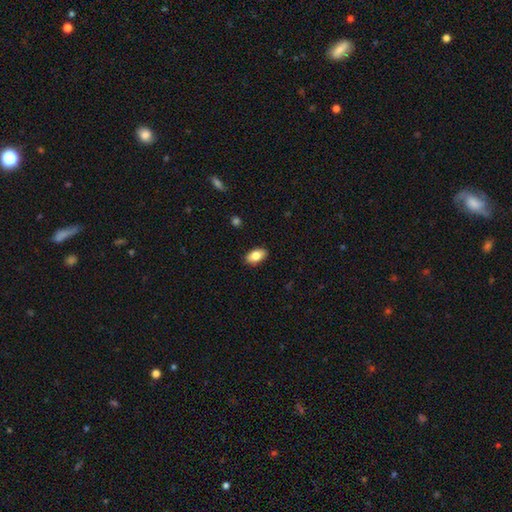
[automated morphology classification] The model was most divided on "smooth or featured": smooth: 82%, featured or disk: 11%, star or artifact: 7%. More confident: how rounded — in between (92%); merging — none (89%).